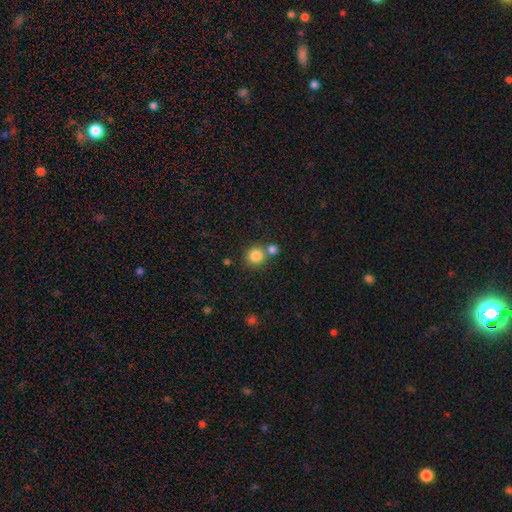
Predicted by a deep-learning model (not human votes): smooth 84%, star or artifact 11%, featured or disk 6%. Down the decision tree: how rounded — round (91%); merging — none (63%).